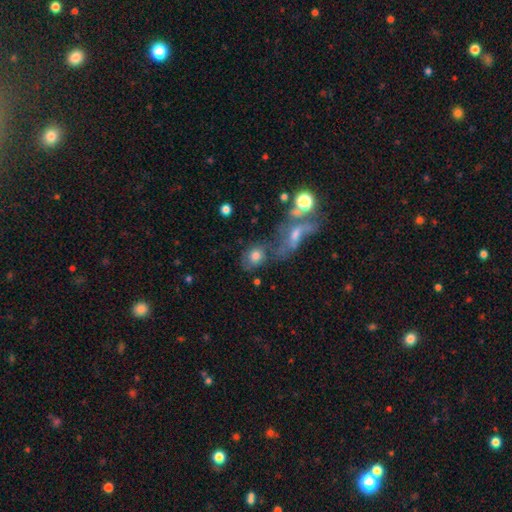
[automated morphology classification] Smooth or featured? smooth (65%)
How rounded? round (49%)
Merging? none (36%, tied with merger)